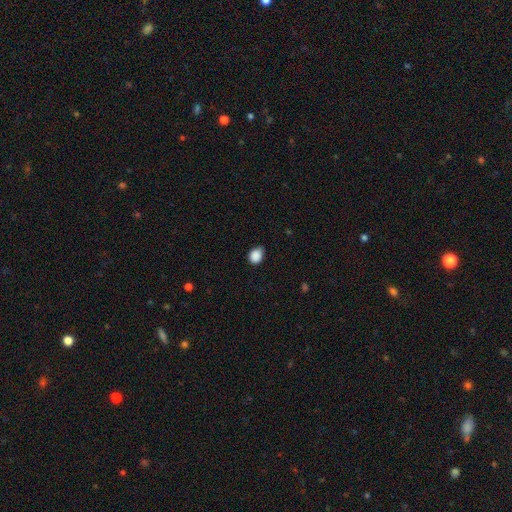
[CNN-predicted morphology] A smooth galaxy with no disk features (88%) that is in between round and cigar-shaped (53%). Merging: none (70%).